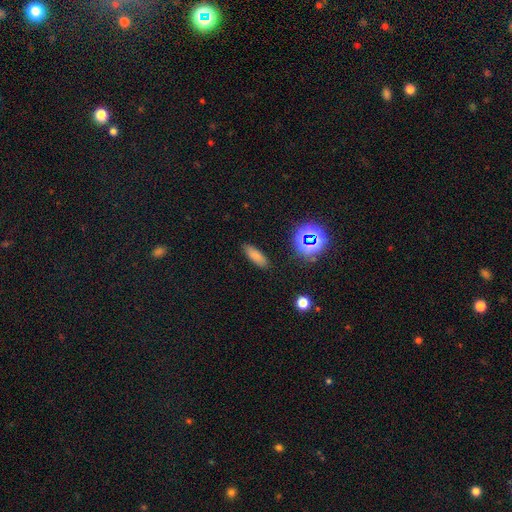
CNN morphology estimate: Q: Smooth or featured?
A: smooth (76%); runner-up: star or artifact (15%)
Q: How rounded?
A: in between (59%); runner-up: cigar-shaped (37%)
Q: Merging?
A: none (86%); runner-up: minor disturbance (9%)